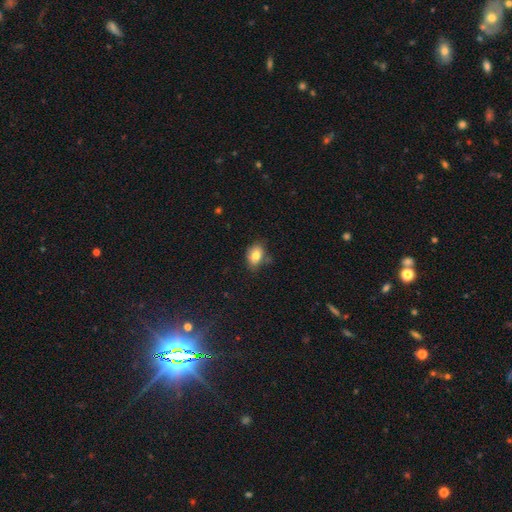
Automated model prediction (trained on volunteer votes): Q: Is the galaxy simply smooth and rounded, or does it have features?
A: smooth — 81%.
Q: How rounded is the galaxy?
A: in between — 83%.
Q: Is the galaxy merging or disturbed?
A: none — 64%.